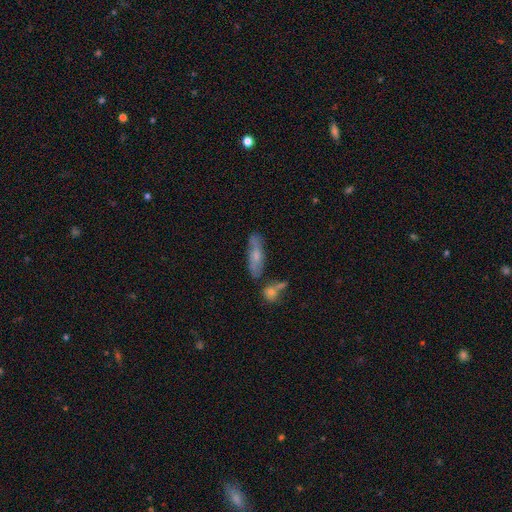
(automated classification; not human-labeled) Smooth or featured? Predicted: smooth (p=0.52). How rounded? Predicted: cigar-shaped (p=0.50). Merging? Predicted: none (p=0.60).